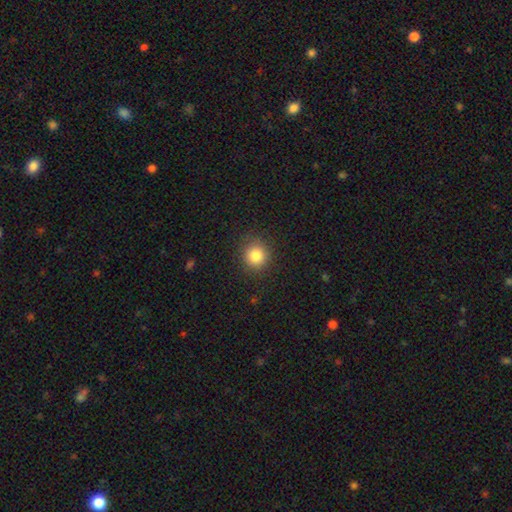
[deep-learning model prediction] smooth_or_featured: smooth (p=0.83) [alt: star or artifact p=0.11]
how_rounded: round (p=0.90) [alt: in between p=0.09]
merging: none (p=0.89) [alt: minor disturbance p=0.08]